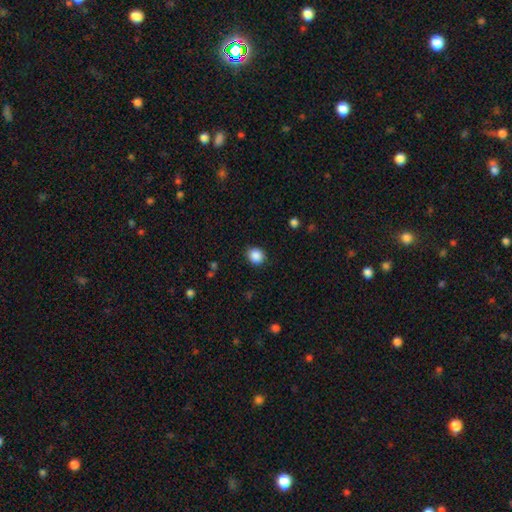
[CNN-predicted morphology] Q: Smooth or featured?
A: smooth (88%); runner-up: star or artifact (9%)
Q: How rounded?
A: round (75%); runner-up: in between (24%)
Q: Merging?
A: none (88%); runner-up: minor disturbance (9%)